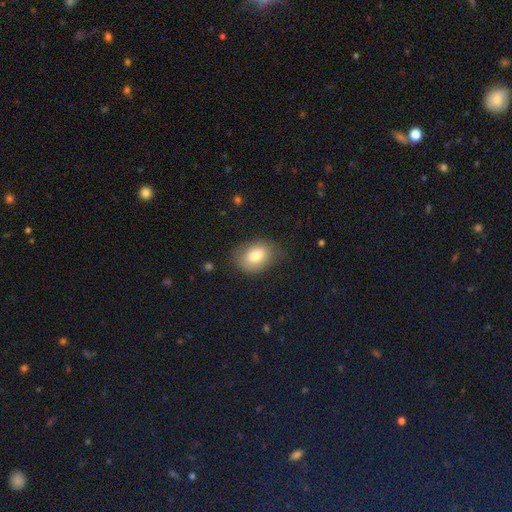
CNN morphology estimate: Smooth or featured: smooth — 78% (featured or disk — 13%)
How rounded: in between — 75% (round — 24%)
Merging: none — 72% (minor disturbance — 21%)